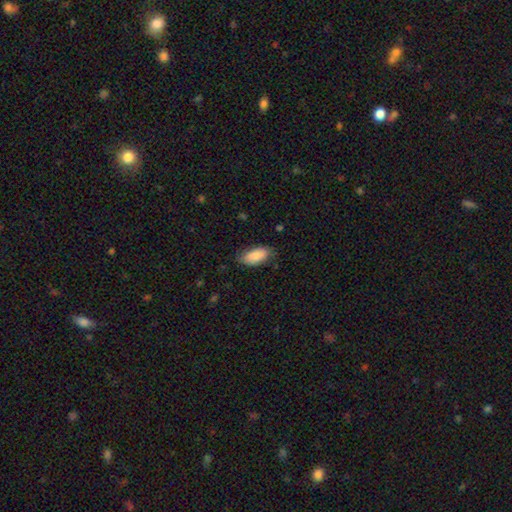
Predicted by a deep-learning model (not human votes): smooth 84%, featured or disk 9%, star or artifact 6%. Down the decision tree: how rounded — in between (92%); merging — none (76%).